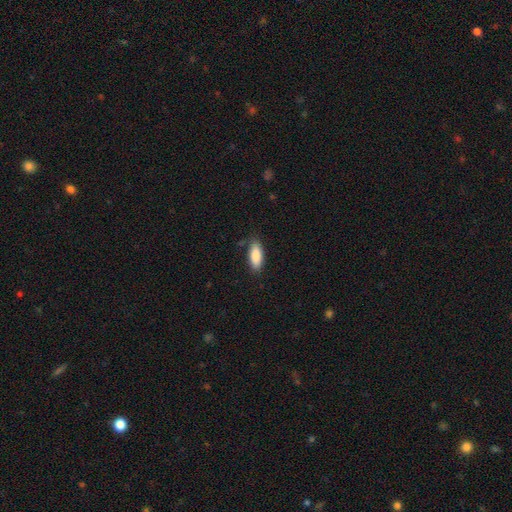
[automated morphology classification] Smooth or featured: smooth — 86% (featured or disk — 7%)
How rounded: in between — 76% (cigar-shaped — 23%)
Merging: none — 81% (minor disturbance — 15%)